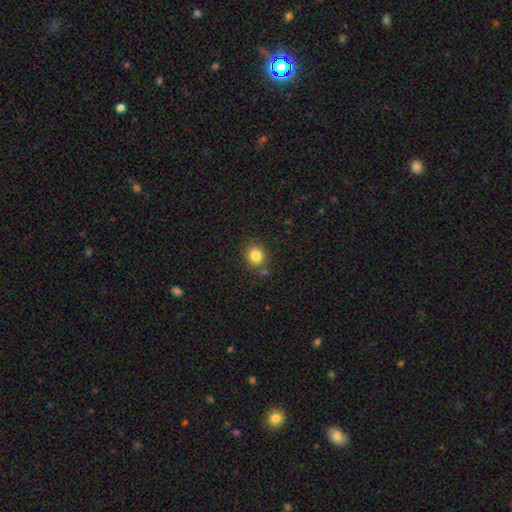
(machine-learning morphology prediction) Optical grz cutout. It shows a smooth galaxy with no disk features (83%) that is round (77%). Merging: none (79%).